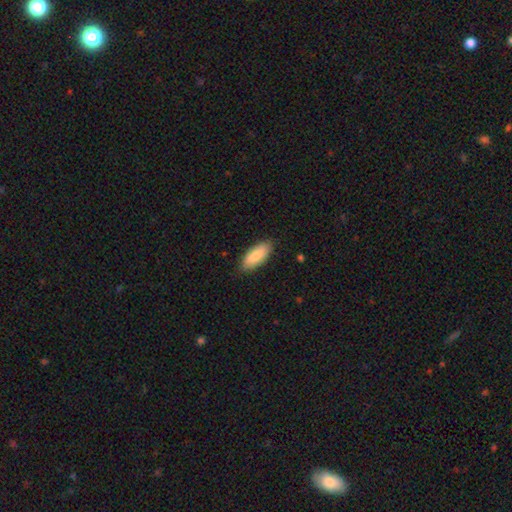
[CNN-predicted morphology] Overall: smooth (86%). How rounded: in between (78%). Merging: none (85%).